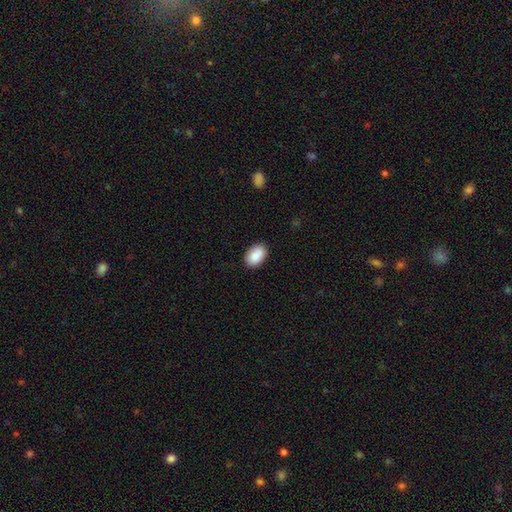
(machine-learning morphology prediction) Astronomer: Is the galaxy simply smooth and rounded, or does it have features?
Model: smooth — 88%.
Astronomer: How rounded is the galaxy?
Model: in between — 89%.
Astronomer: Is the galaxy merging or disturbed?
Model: none — 86%.